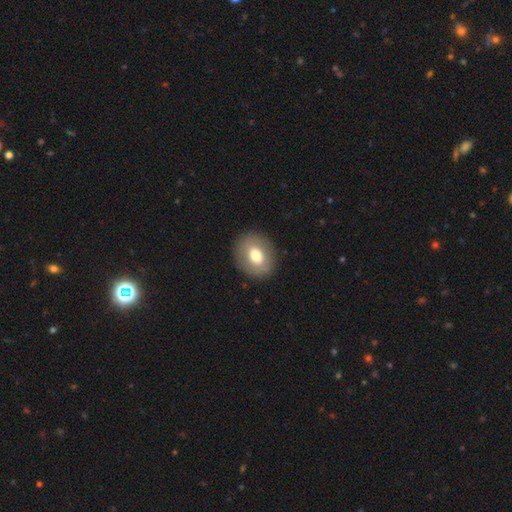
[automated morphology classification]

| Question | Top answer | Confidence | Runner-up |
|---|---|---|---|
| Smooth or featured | smooth | 69% | featured or disk (23%) |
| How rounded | round | 56% | in between (43%) |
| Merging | none | 88% | minor disturbance (8%) |